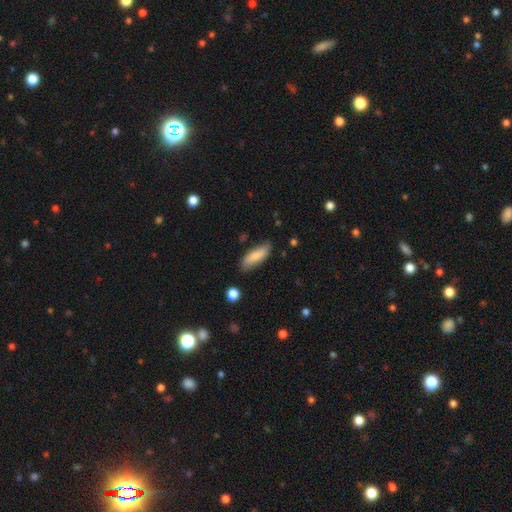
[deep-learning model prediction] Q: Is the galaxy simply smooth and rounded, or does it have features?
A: smooth — 81%.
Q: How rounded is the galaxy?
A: in between — 61%.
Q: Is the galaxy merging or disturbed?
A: none — 79%.